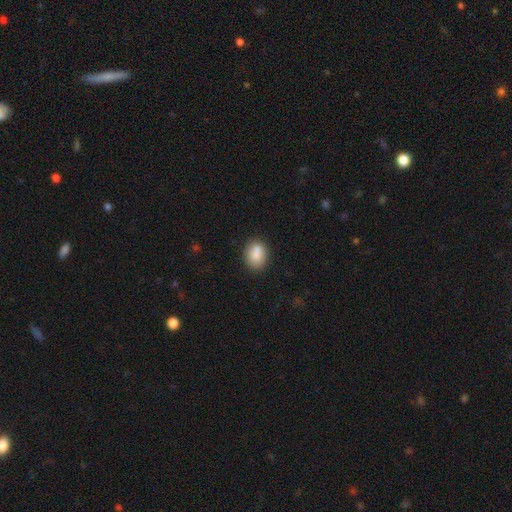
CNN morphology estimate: Smooth or featured: smooth — 79% (featured or disk — 12%)
How rounded: in between — 63% (round — 36%)
Merging: none — 62% (merger — 20%)